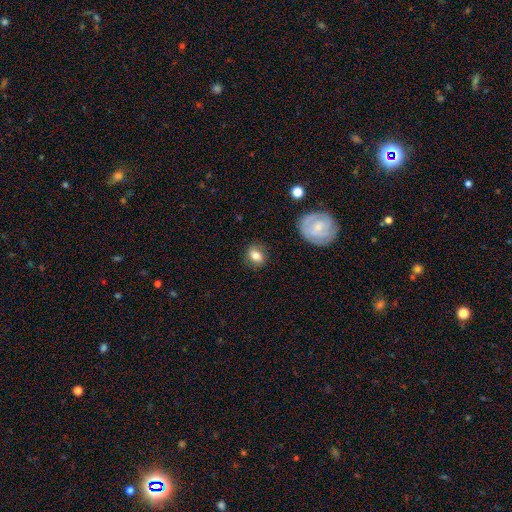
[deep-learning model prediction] Morphology: type=smooth (78%); roundness=in between (54%); merging=none (83%).